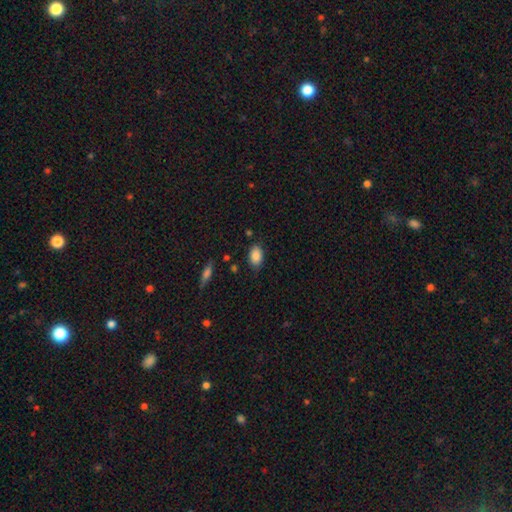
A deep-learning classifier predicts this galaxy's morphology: Smooth or featured: smooth — 87% (star or artifact — 8%)
How rounded: in between — 89% (round — 9%)
Merging: none — 79% (minor disturbance — 15%)